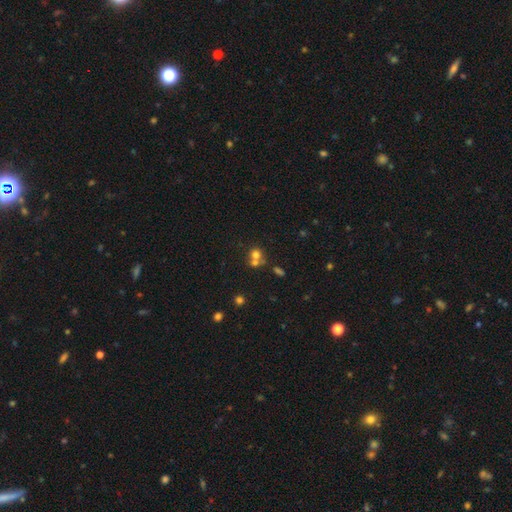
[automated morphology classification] The model was most divided on "merging": merger: 50%, none: 39%, minor disturbance: 7%, major disturbance: 4%. More confident: how rounded — round (83%); smooth or featured — smooth (67%).